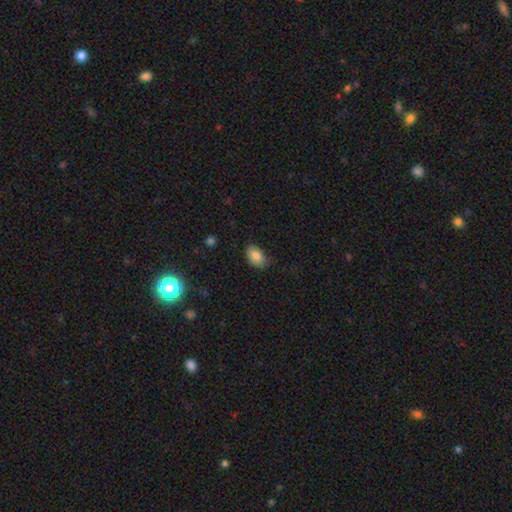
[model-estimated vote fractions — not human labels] Morphology: type=smooth (83%); roundness=in between (87%); merging=none (65%).